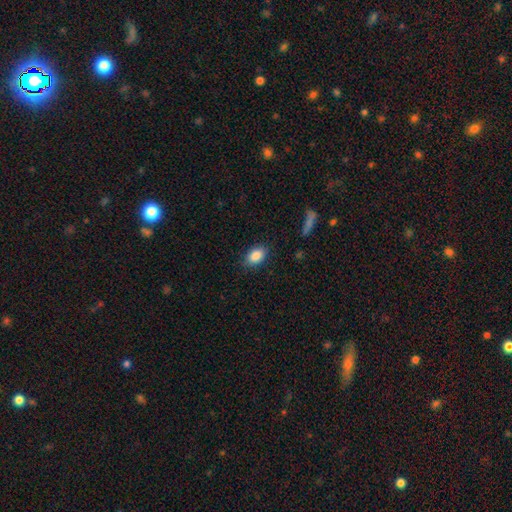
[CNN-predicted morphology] This is clearly a smooth galaxy (87%). How rounded: clearly in between (86%). Merging: clearly none (83%).